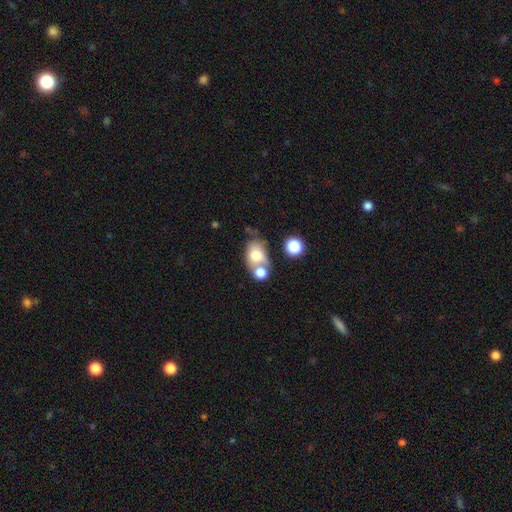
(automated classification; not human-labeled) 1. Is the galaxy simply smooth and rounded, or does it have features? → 70% smooth, 20% featured or disk, 11% star or artifact.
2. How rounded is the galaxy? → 67% in between, 32% round, 2% cigar-shaped.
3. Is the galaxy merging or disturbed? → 45% merger, 34% none, 13% minor disturbance, 8% major disturbance.